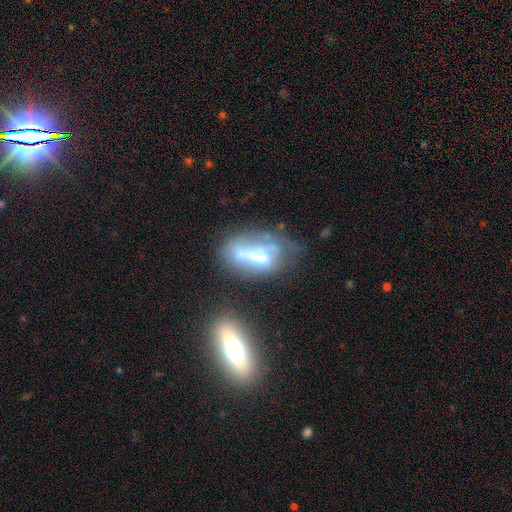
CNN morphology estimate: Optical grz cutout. It shows a featured or disk galaxy (49%). Merging: none (29%).